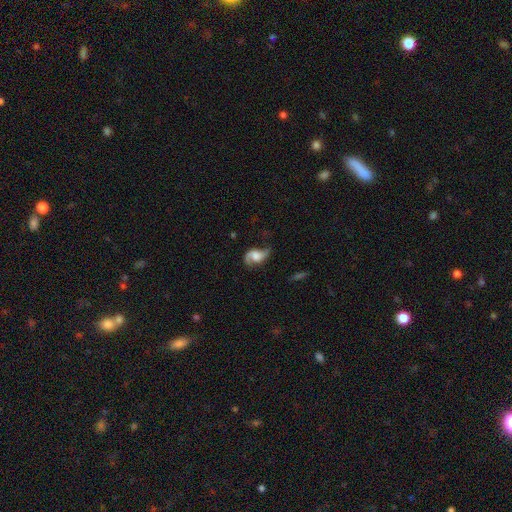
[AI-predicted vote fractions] This is likely a featured or disk galaxy (72%). It is clearly not viewed edge-on (96%). Bar: likely no (61%). Spiral arm pattern: clearly yes (94%). Spiral arm count: clearly 2 (84%). Spiral winding: likely loose (63%). Central bulge: marginally large (35%). Merging: possibly none (55%).